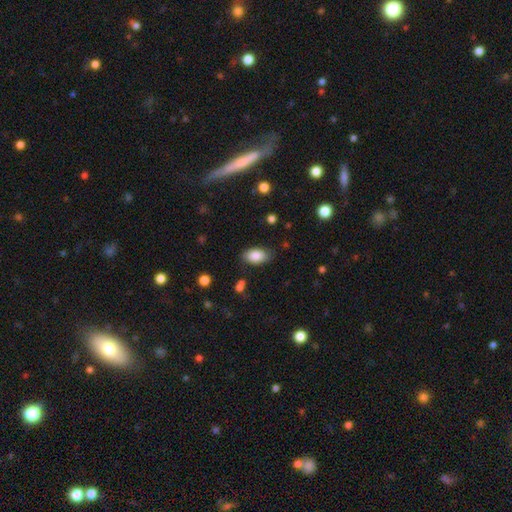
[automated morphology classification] type=smooth (85%); roundness=in between (92%); merging=none (80%).